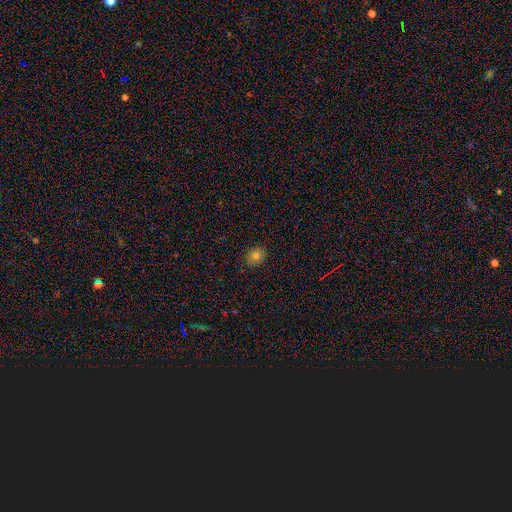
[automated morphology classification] This appears to be a smooth galaxy with no disk features (78%) that is round (57%). Merging: none (87%).